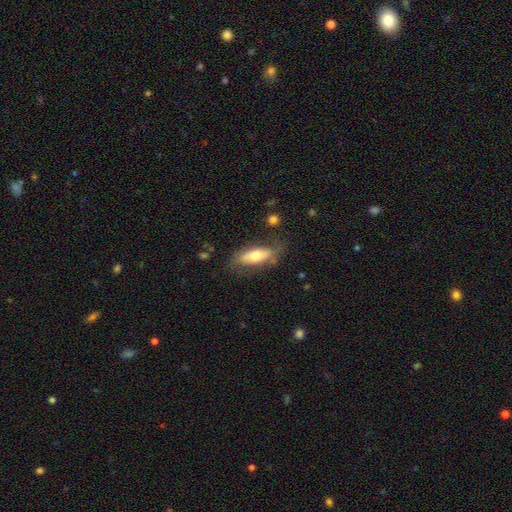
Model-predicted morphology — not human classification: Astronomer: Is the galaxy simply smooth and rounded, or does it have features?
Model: smooth — 62%.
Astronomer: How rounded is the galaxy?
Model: in between — 71%.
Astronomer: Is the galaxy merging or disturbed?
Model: none — 69%.